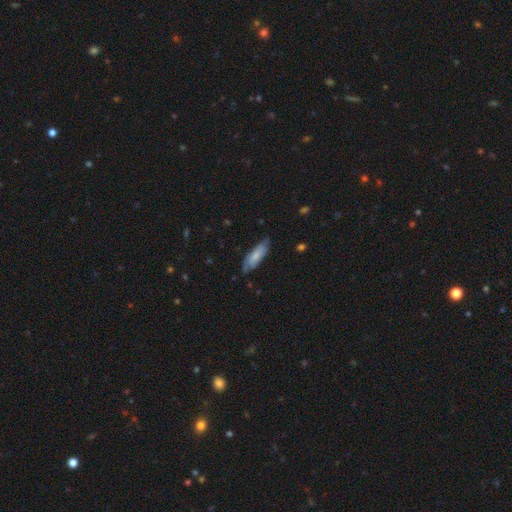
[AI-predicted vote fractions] A smooth galaxy with no disk features (68%) that is in between round and cigar-shaped (55%). Merging: none (74%).